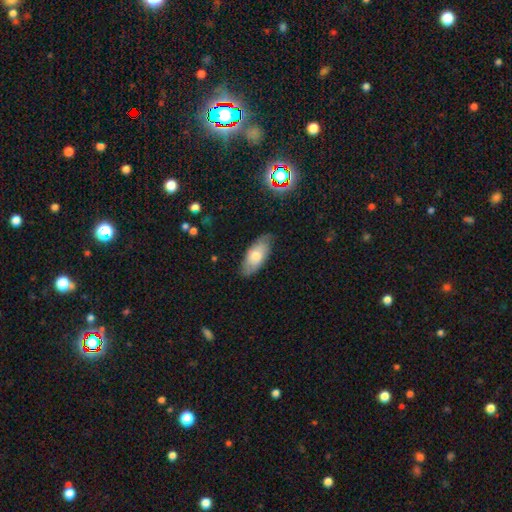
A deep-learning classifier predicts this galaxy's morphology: This appears to be a smooth galaxy with no disk features (68%) that is in between round and cigar-shaped (88%). Merging: none (79%).